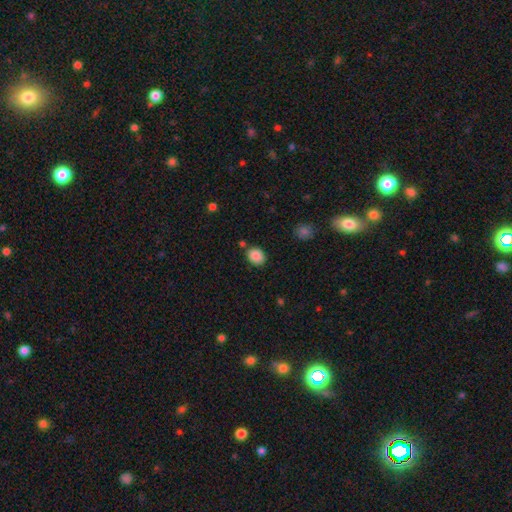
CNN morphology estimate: Smooth or featured? Predicted: smooth (p=0.87). How rounded? Predicted: round (p=0.57). Merging? Predicted: none (p=0.78).